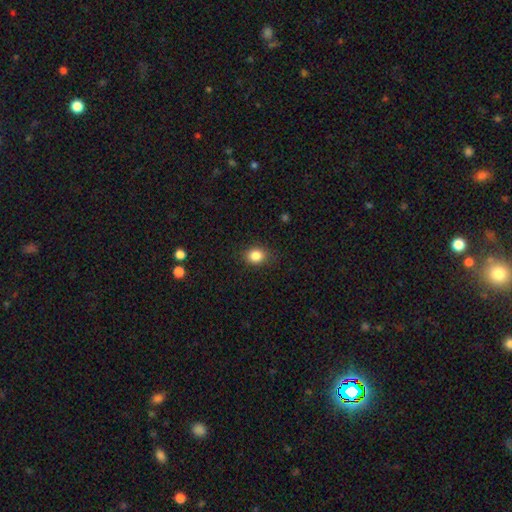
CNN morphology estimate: Smooth or featured?
  - smooth: 85% *
  - star or artifact: 11%
  - featured or disk: 5%
How rounded?
  - round: 59% *
  - in between: 40%
  - cigar-shaped: 1%
Merging?
  - none: 85% *
  - minor disturbance: 11%
  - major disturbance: 3%
  - merger: 1%